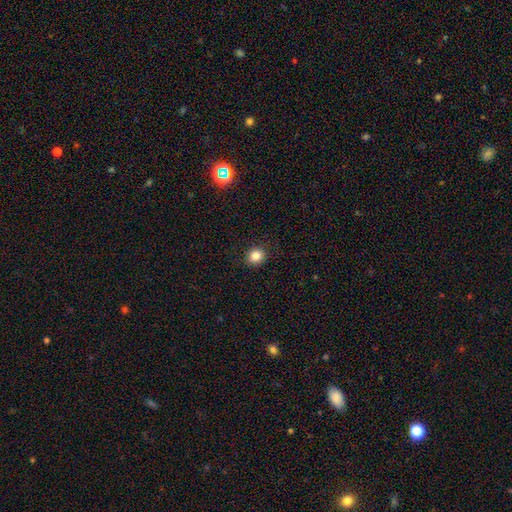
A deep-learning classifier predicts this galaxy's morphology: Smooth or featured: smooth — 84% (star or artifact — 11%)
How rounded: round — 81% (in between — 18%)
Merging: none — 91% (minor disturbance — 6%)